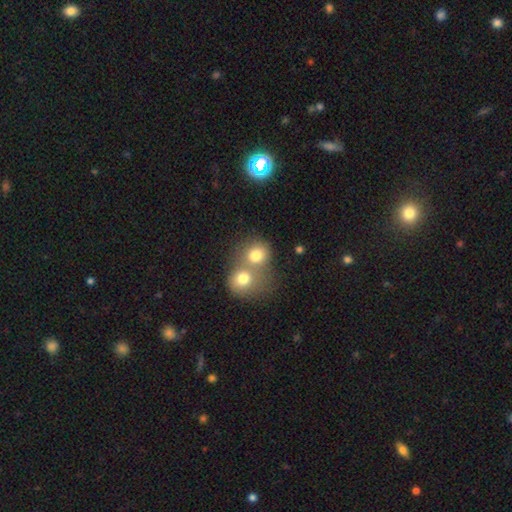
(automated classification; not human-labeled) Morphology: type=smooth (76%); roundness=round (76%); merging=merger (60%).